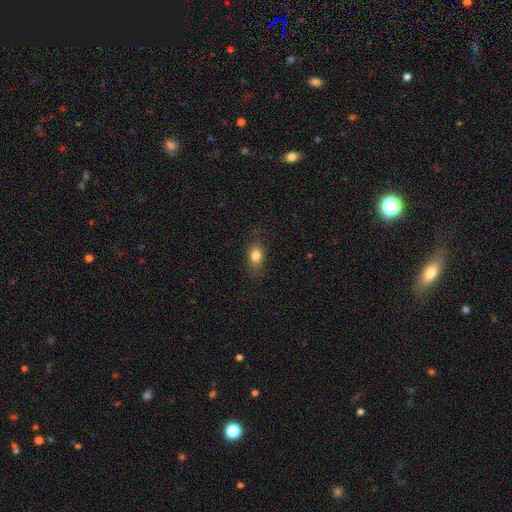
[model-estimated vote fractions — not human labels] Smooth or featured? smooth (81%)
How rounded? in between (75%)
Merging? none (77%)